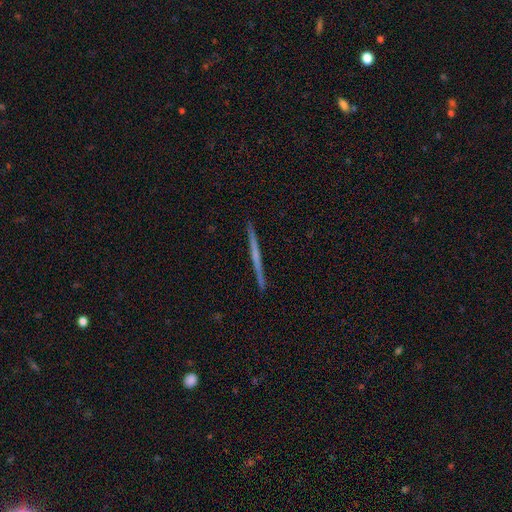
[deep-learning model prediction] Smooth or featured: featured or disk — 62% (smooth — 32%)
Edge-on disk: yes — 98% (no — 2%)
Edge-on bulge: none — 78% (rounded — 17%)
Merging: none — 93% (minor disturbance — 5%)